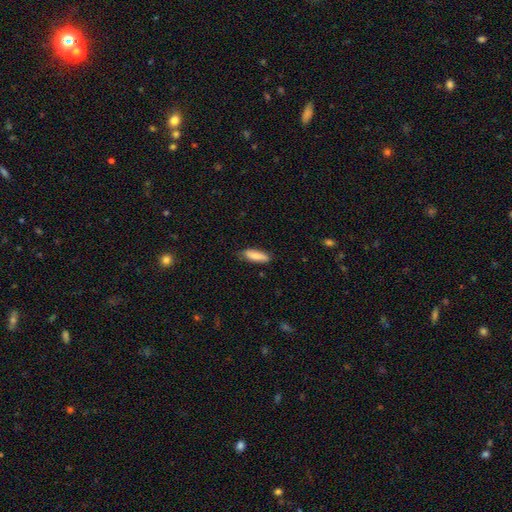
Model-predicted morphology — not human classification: Smooth or featured? Predicted: smooth (p=0.85). How rounded? Predicted: in between (p=0.50). Merging? Predicted: none (p=0.79).